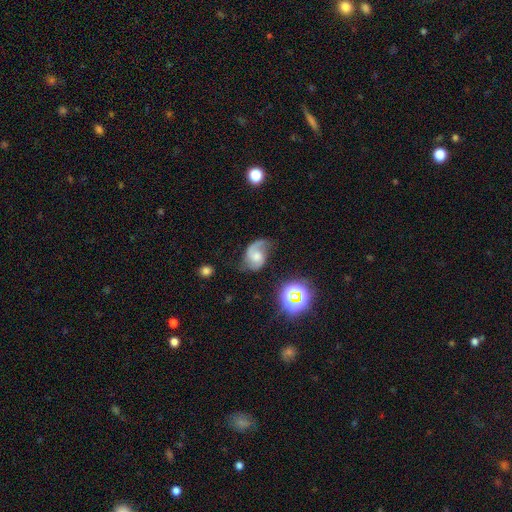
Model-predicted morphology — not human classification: This is likely a featured or disk galaxy (78%). It is clearly not viewed edge-on (98%). Bar: possibly no (59%). Spiral arm pattern: clearly yes (96%). Spiral arm count: likely 2 (71%). Spiral winding: possibly medium (46%). Central bulge: marginally moderate (44%). Merging: possibly none (55%).